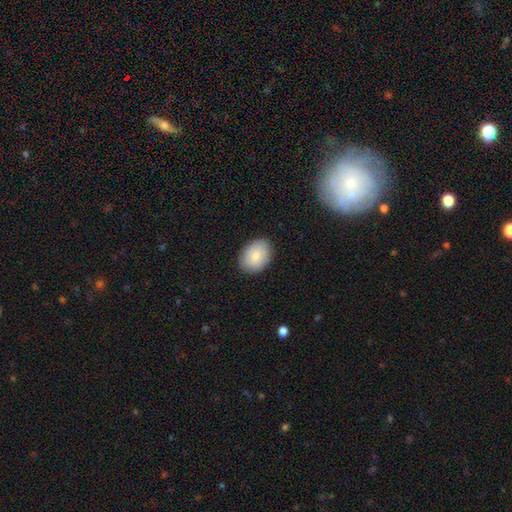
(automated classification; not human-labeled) Overall: smooth (83%). How rounded: in between (69%; round 30%). Merging: none (87%).